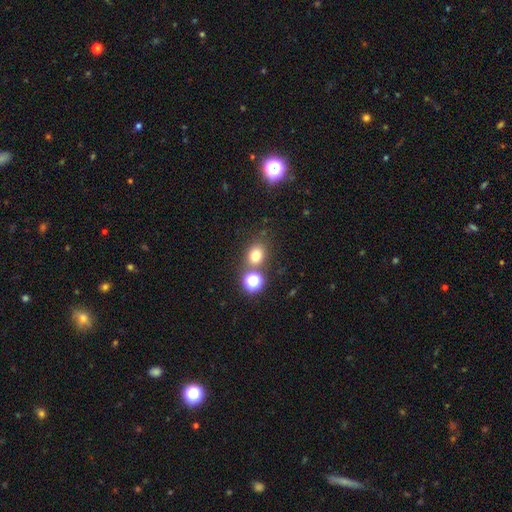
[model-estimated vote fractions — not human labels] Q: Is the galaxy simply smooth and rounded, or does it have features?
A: smooth — 74%.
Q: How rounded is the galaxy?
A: round — 60%.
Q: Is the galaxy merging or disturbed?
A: none — 69%.